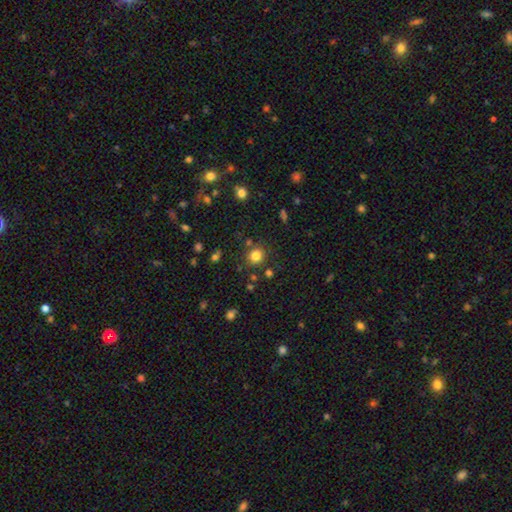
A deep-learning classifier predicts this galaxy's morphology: The model was most divided on "smooth or featured": smooth: 81%, star or artifact: 13%, featured or disk: 6%. More confident: how rounded — round (85%); merging — none (83%).